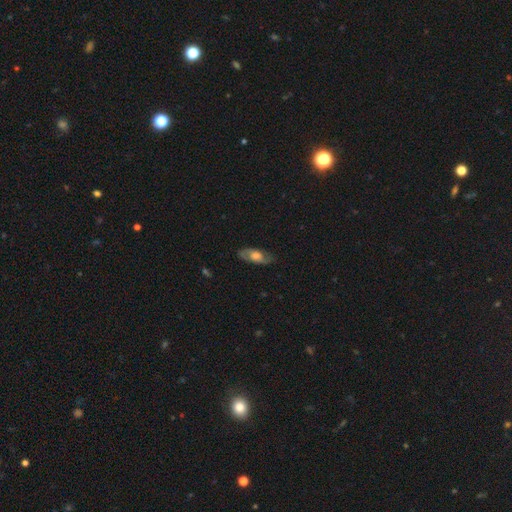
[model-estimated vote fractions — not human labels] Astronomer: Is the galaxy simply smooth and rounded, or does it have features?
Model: featured or disk — 60%.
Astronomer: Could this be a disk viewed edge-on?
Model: no — 82%.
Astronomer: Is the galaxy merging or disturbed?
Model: none — 79%.